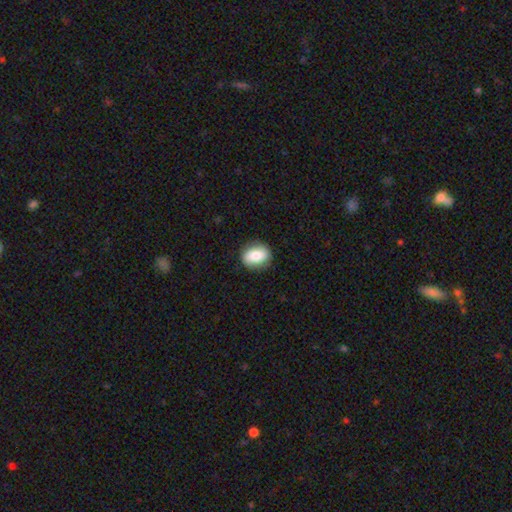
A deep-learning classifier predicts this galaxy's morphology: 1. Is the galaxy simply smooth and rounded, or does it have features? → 78% smooth, 14% featured or disk, 7% star or artifact.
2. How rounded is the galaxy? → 58% in between, 41% round, 1% cigar-shaped.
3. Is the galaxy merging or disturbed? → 85% none, 11% minor disturbance, 3% major disturbance, 1% merger.